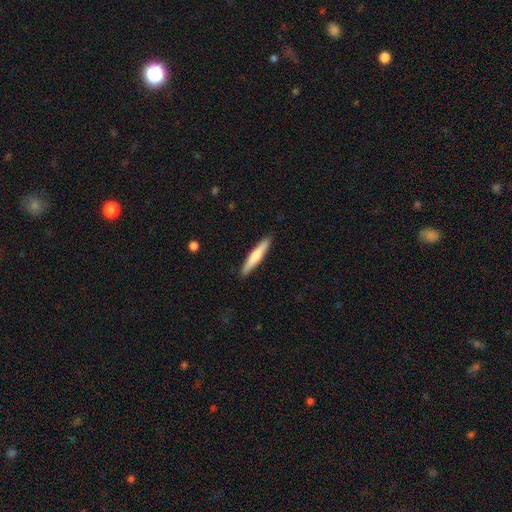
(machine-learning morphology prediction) smooth_or_featured: smooth (p=0.60) [alt: featured or disk p=0.35]
how_rounded: cigar-shaped (p=0.92) [alt: in between p=0.07]
merging: none (p=0.91) [alt: minor disturbance p=0.07]